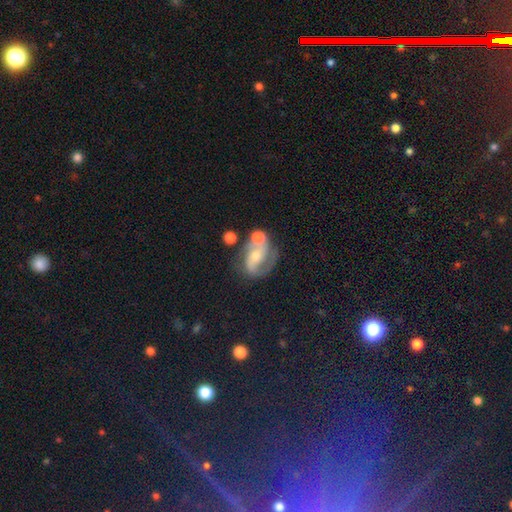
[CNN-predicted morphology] Smooth or featured? Predicted: featured or disk (p=0.76). Edge-on disk? Predicted: no (p=0.97). Bar? Predicted: no (p=0.45). Spiral arms? Predicted: yes (p=0.89). Spiral winding? Predicted: medium (p=0.51). Spiral arm count? Predicted: 2 (p=0.79). Bulge size? Predicted: moderate (p=0.53). Merging? Predicted: none (p=0.49).